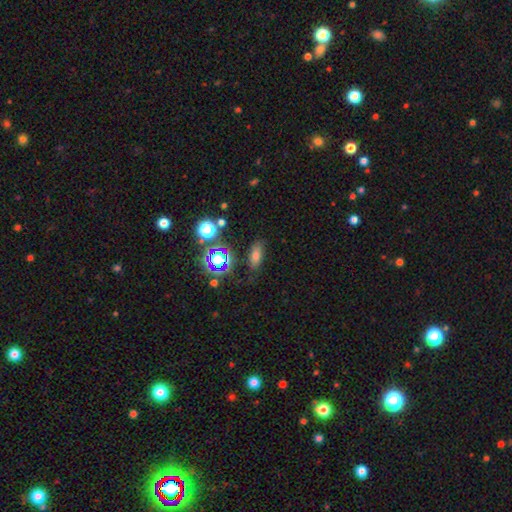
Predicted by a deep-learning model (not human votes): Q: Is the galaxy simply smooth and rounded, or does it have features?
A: smooth — 60%.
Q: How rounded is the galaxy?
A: in between — 68%.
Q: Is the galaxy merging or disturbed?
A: none — 78%.